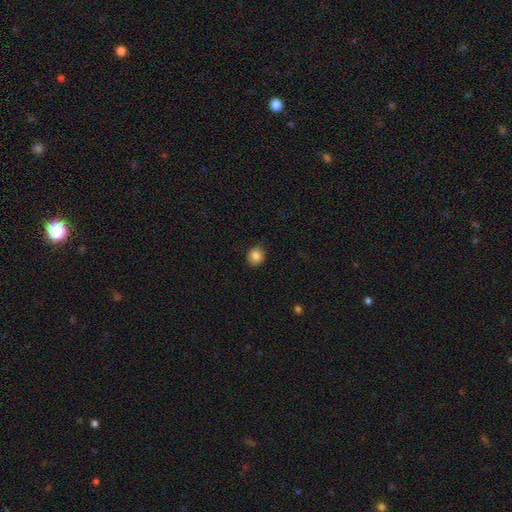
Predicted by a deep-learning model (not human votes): The model was most divided on "how rounded": round: 75%, in between: 24%, cigar-shaped: 1%. More confident: smooth or featured — smooth (85%); merging — none (82%).